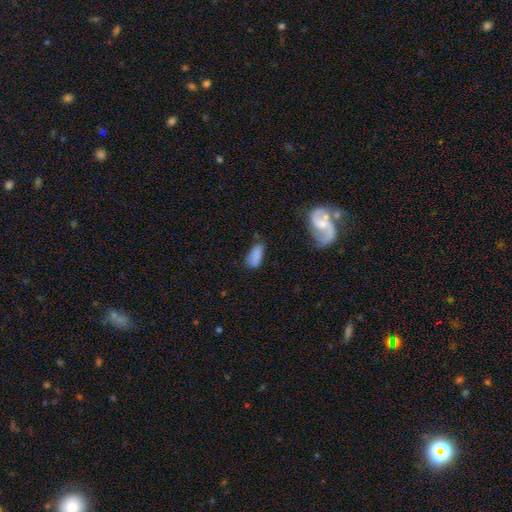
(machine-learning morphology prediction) type=smooth (80%); roundness=in between (88%); merging=none (53%).